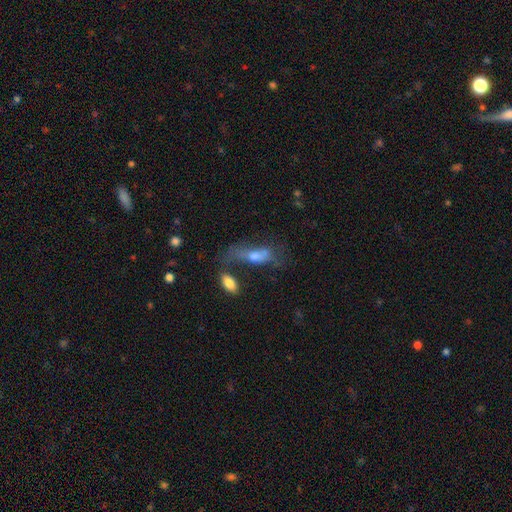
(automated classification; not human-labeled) This appears to be a smooth galaxy with no disk features (50%). Merging: major disturbance (29%).